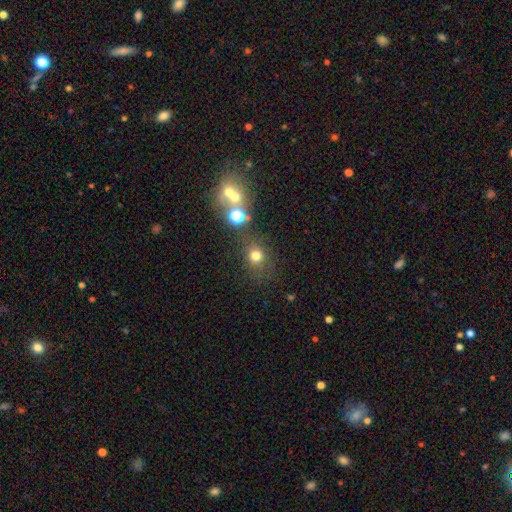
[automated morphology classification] smooth_or_featured: smooth (p=0.71) [alt: star or artifact p=0.21]
how_rounded: round (p=0.77) [alt: in between p=0.22]
merging: none (p=0.72) [alt: minor disturbance p=0.12]